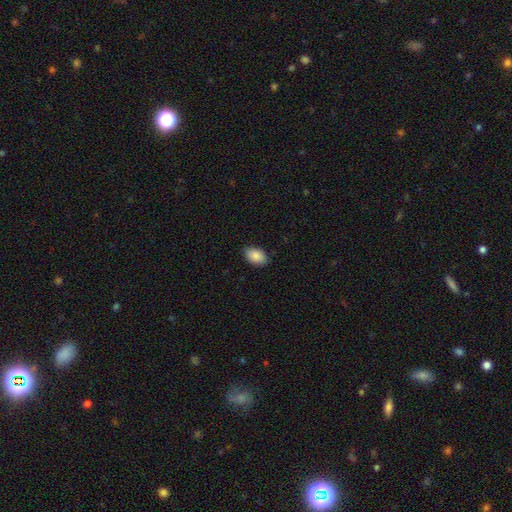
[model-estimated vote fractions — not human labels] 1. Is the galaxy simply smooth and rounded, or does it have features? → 89% smooth, 7% star or artifact, 4% featured or disk.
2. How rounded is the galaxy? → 91% in between, 8% round, 1% cigar-shaped.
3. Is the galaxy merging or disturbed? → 87% none, 10% minor disturbance, 2% major disturbance, 1% merger.